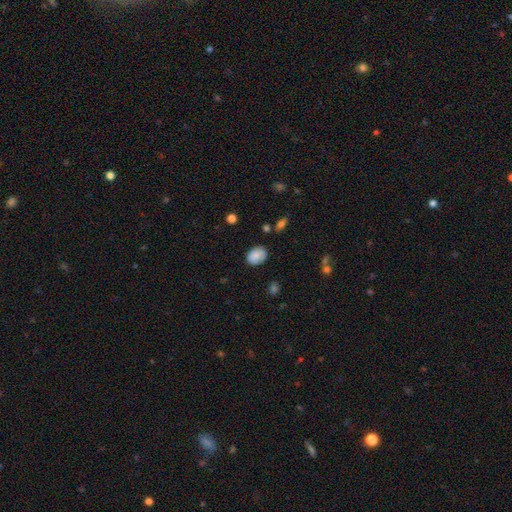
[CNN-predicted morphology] smooth_or_featured: smooth (p=0.84) [alt: featured or disk p=0.08]
how_rounded: in between (p=0.75) [alt: round p=0.24]
merging: none (p=0.76) [alt: minor disturbance p=0.19]